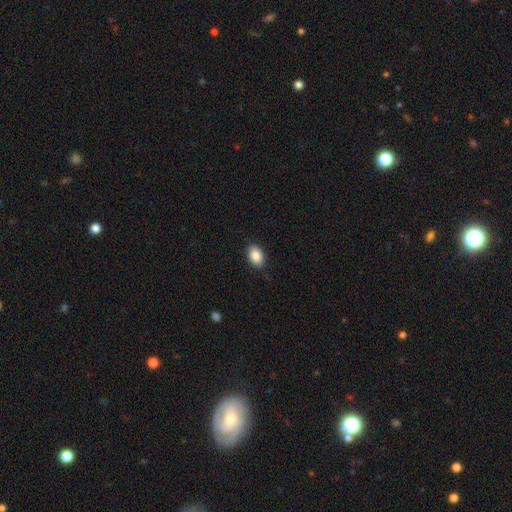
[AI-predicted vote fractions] smooth_or_featured: smooth (p=0.88) [alt: star or artifact p=0.07]
how_rounded: in between (p=0.87) [alt: round p=0.12]
merging: none (p=0.87) [alt: minor disturbance p=0.10]